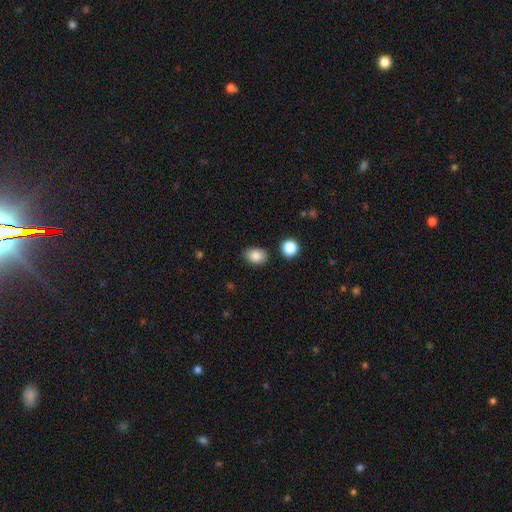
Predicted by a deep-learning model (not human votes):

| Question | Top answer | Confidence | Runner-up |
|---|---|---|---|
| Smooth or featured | smooth | 86% | star or artifact (9%) |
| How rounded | in between | 68% | round (31%) |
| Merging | none | 82% | minor disturbance (11%) |